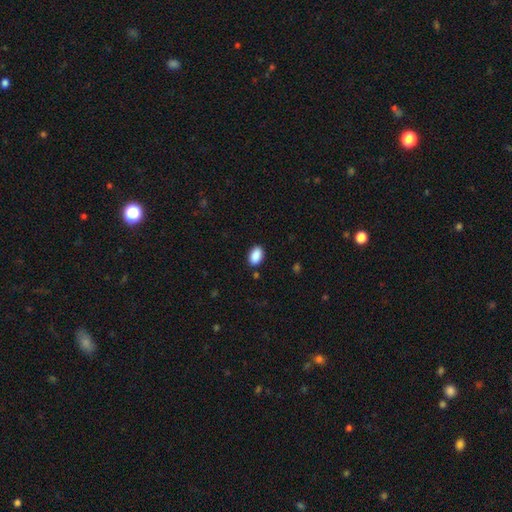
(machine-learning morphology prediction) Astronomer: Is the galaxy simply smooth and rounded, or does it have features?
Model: smooth — 90%.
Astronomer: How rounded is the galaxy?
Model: in between — 92%.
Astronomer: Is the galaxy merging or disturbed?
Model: none — 87%.